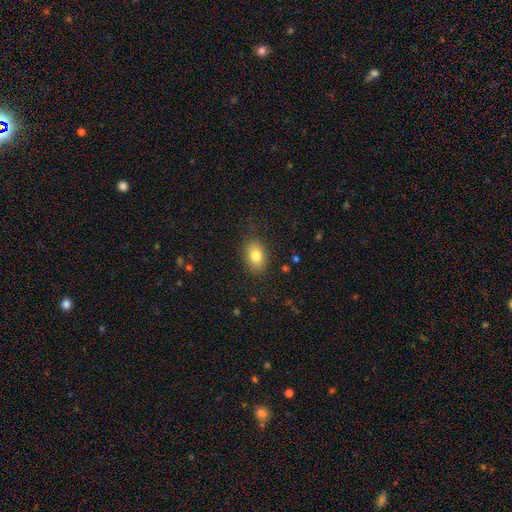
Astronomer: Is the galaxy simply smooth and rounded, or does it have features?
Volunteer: smooth — 89%.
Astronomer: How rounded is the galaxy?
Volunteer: in between — 65%.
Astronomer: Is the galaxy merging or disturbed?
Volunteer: none — 89%.